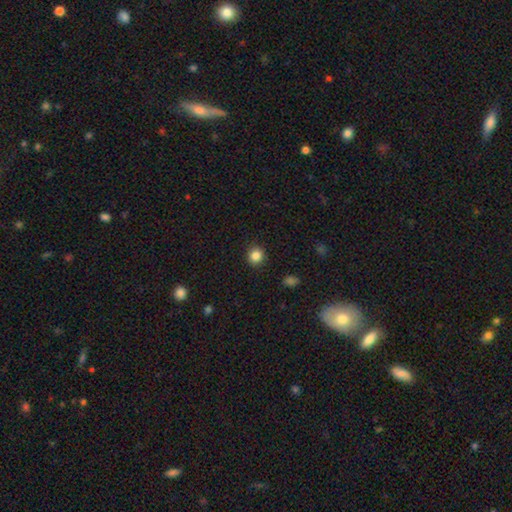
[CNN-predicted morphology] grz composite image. It shows a smooth galaxy with no disk features (85%) that is round (89%). Merging: none (91%).